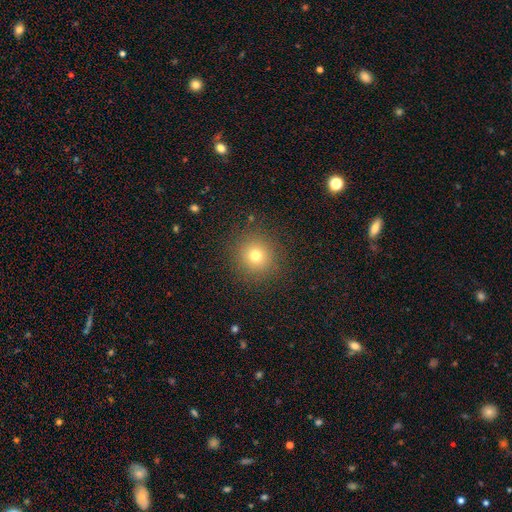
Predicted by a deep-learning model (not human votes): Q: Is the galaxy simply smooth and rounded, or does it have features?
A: smooth — 74%.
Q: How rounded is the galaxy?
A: round — 94%.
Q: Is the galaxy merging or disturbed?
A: none — 89%.